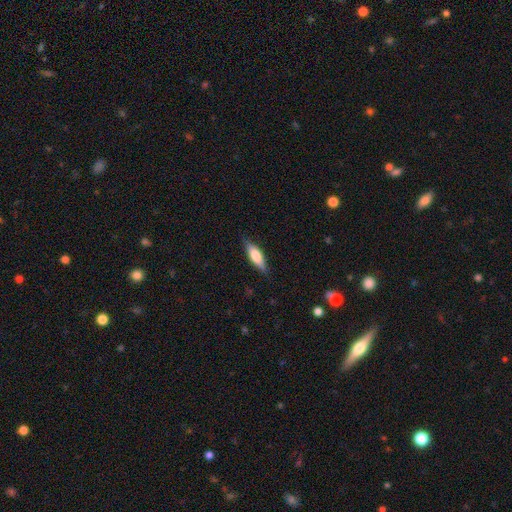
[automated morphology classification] type=smooth (66%); roundness=in between (49%, tied with cigar-shaped); merging=none (83%).